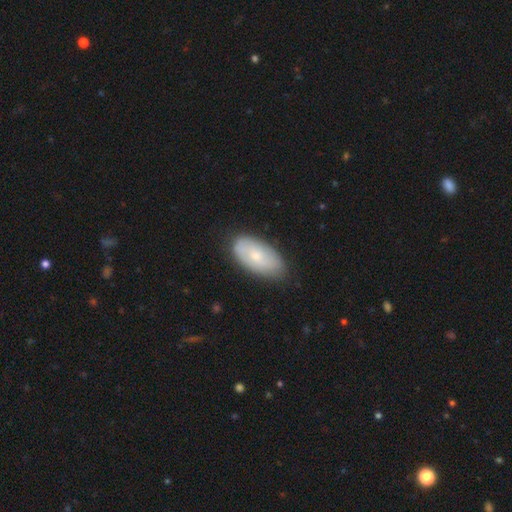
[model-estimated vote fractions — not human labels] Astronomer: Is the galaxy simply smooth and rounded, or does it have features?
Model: smooth — 66%.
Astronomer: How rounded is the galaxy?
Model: in between — 94%.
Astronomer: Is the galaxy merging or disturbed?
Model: none — 81%.